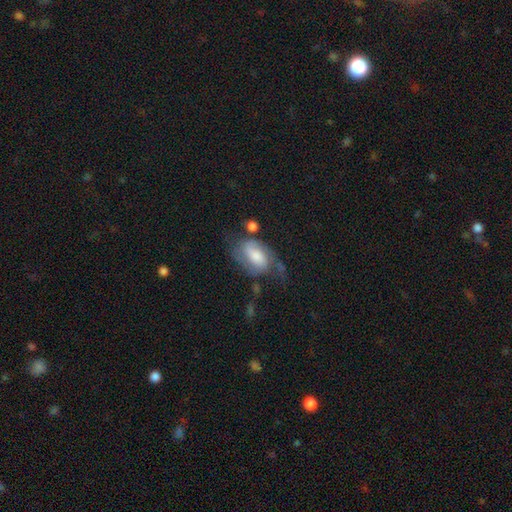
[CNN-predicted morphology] Smooth or featured?
  - featured or disk: 65% *
  - smooth: 27%
  - star or artifact: 8%
Edge-on disk?
  - no: 96% *
  - yes: 4%
Bar?
  - weak: 45% *
  - no: 36%
  - strong: 19%
Spiral arms?
  - yes: 89% *
  - no: 11%
Spiral winding?
  - medium: 46% *
  - loose: 30%
  - tight: 24%
Spiral arm count?
  - 2: 77% *
  - can't tell: 10%
  - 1: 8%
  - 3: 3%
  - 4: 1%
  - more than 4: 1%
Bulge size?
  - moderate: 40% *
  - large: 28%
  - small: 19%
  - none: 9%
  - dominant: 4%
Merging?
  - none: 44% *
  - major disturbance: 25%
  - minor disturbance: 25%
  - merger: 7%